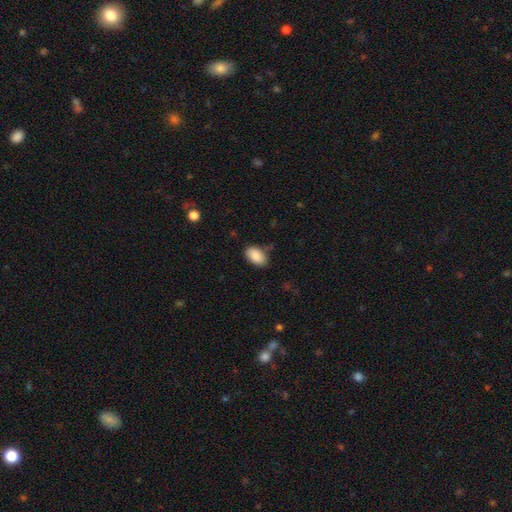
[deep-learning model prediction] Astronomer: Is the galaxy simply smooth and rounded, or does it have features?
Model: smooth — 89%.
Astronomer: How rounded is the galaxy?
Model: in between — 92%.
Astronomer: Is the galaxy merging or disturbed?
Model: none — 78%.